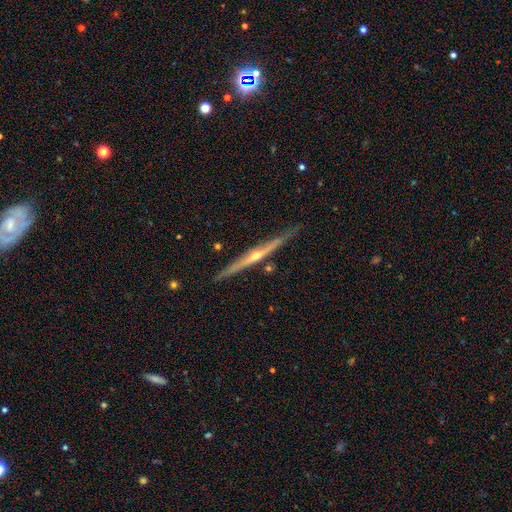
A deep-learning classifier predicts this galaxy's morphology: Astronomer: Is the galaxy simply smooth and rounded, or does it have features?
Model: featured or disk — 82%.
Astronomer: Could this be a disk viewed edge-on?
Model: yes — 98%.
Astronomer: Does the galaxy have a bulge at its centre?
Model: rounded — 83%.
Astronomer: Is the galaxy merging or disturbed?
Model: none — 86%.